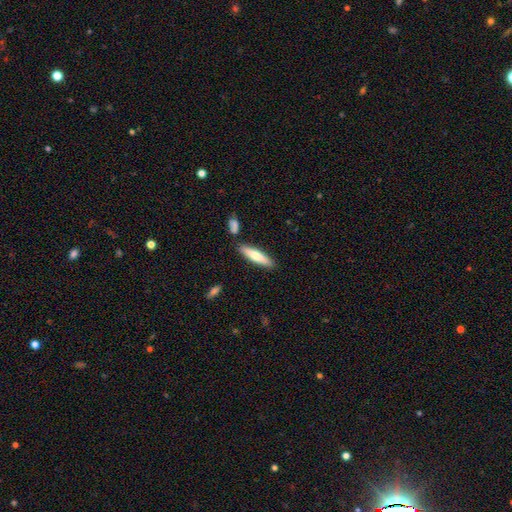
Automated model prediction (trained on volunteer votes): Smooth or featured? Predicted: smooth (p=0.71). How rounded? Predicted: cigar-shaped (p=0.78). Merging? Predicted: none (p=0.83).